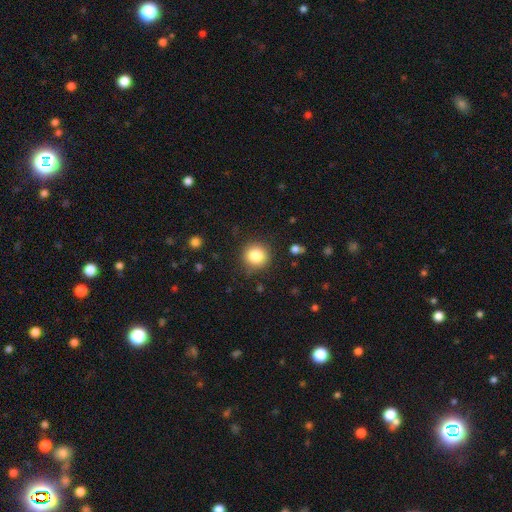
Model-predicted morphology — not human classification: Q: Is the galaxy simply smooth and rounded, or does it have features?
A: smooth — 84%.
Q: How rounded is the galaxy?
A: round — 92%.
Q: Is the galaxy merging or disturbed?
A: none — 86%.